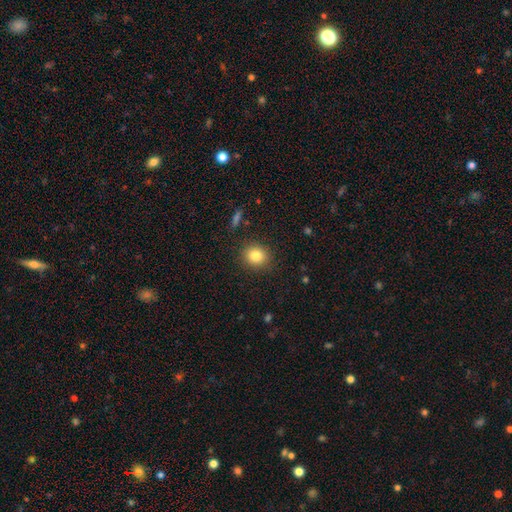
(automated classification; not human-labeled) smooth_or_featured: smooth (p=0.83) [alt: star or artifact p=0.10]
how_rounded: round (p=0.77) [alt: in between p=0.22]
merging: none (p=0.88) [alt: minor disturbance p=0.08]